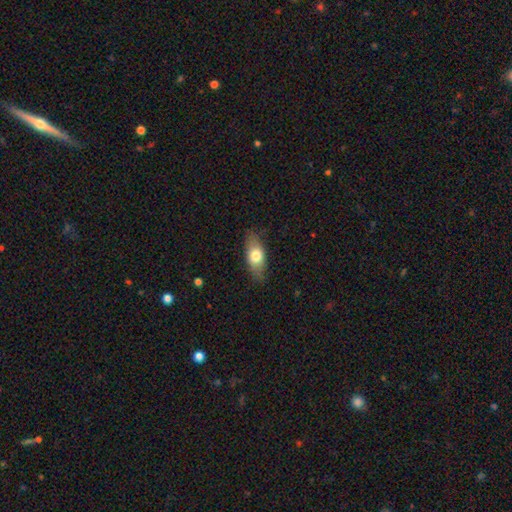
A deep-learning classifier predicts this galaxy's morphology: smooth-or-featured: smooth: 70% | featured or disk: 24% | star or artifact: 6%
  how-rounded: in between: 79% | cigar-shaped: 16% | round: 5%
  merging: none: 82% | minor disturbance: 14% | major disturbance: 3% | merger: 1%